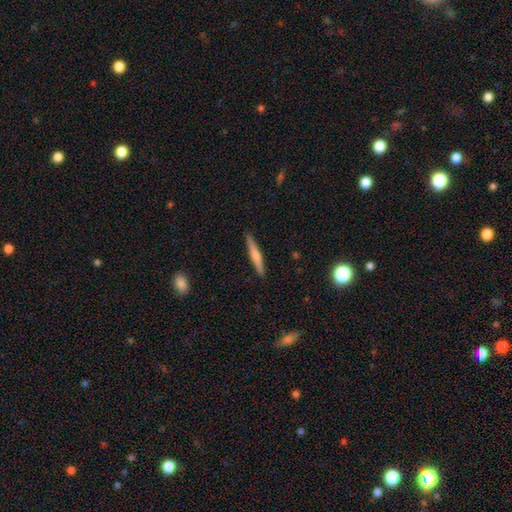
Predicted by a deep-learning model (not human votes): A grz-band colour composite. It shows a smooth galaxy with no disk features (55%) that is cigar-shaped (94%). Merging: none (90%).